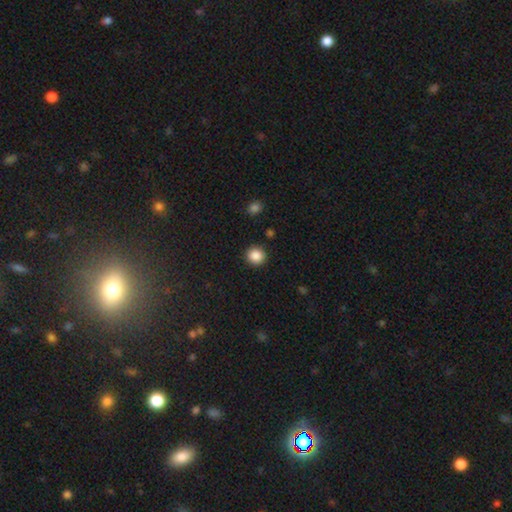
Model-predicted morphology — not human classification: smooth-or-featured: smooth: 87% | star or artifact: 10% | featured or disk: 3%
  how-rounded: round: 91% | in between: 8% | cigar-shaped: 1%
  merging: none: 91% | minor disturbance: 6% | major disturbance: 2% | merger: 1%